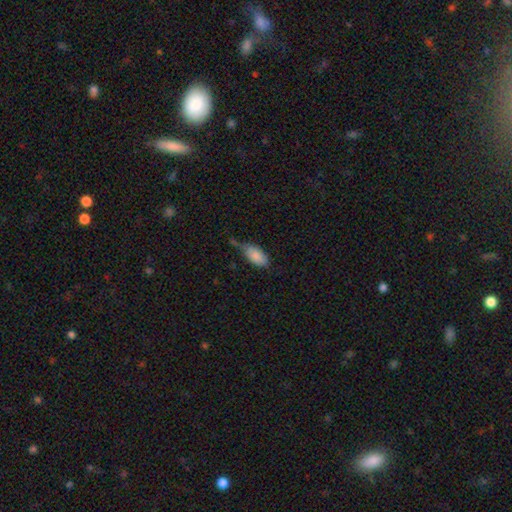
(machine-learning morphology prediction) Overall: smooth (86%). How rounded: in between (93%). Merging: none (40%; minor disturbance 38%).